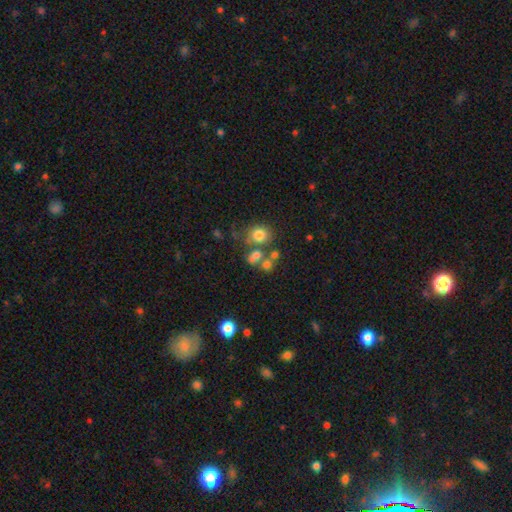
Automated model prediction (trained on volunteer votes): Morphology: type=smooth (66%); roundness=round (65%); merging=none (43%).